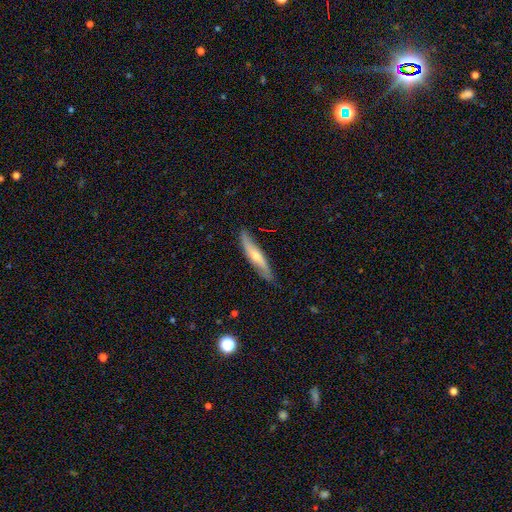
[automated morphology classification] This appears to be a featured or disk galaxy (51%) viewed edge-on (69%). Merging: none (81%).